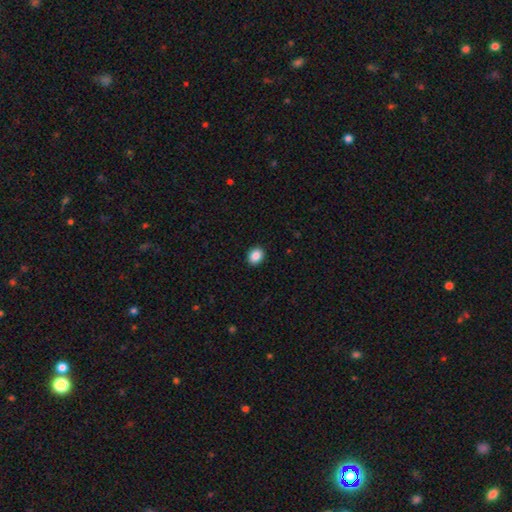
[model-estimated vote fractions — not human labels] A smooth galaxy with no disk features (87%) that is round (59%).

Vote fractions:
- Smooth or featured? smooth: 87% / star or artifact: 9% / featured or disk: 4%
- How rounded? round: 59% / in between: 40% / cigar-shaped: 1%
- Merging? none: 92% / minor disturbance: 6% / major disturbance: 2% / merger: 1%